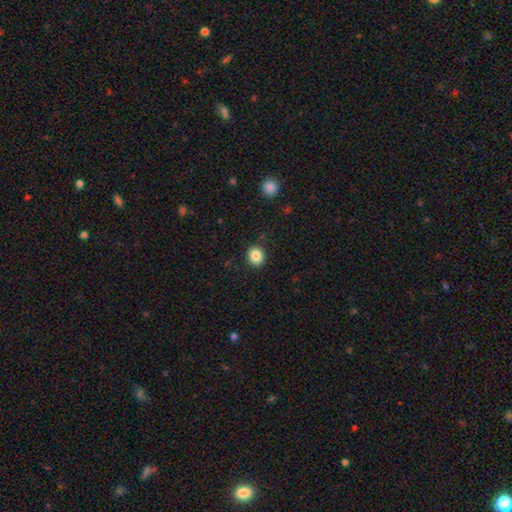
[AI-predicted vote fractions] This is clearly a smooth galaxy (85%). How rounded: clearly round (81%). Merging: clearly none (90%).